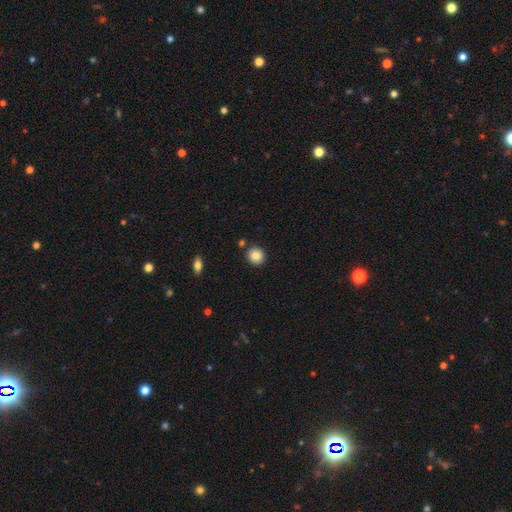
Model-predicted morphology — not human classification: The model was most divided on "smooth or featured": smooth: 86%, star or artifact: 9%, featured or disk: 6%. More confident: how rounded — round (89%); merging — none (87%).